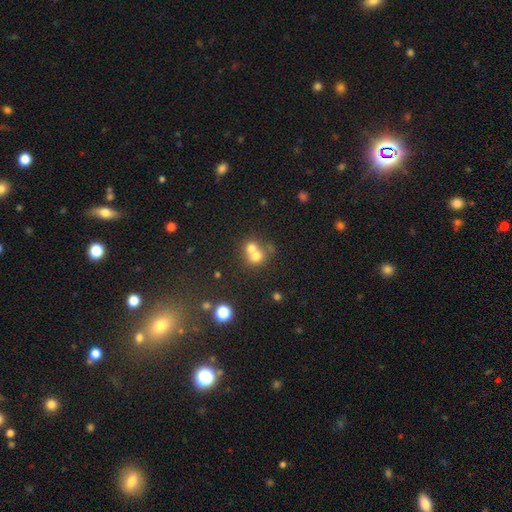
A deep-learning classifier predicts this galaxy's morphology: Smooth or featured? Predicted: smooth (p=0.67). How rounded? Predicted: round (p=0.79). Merging? Predicted: merger (p=0.63).